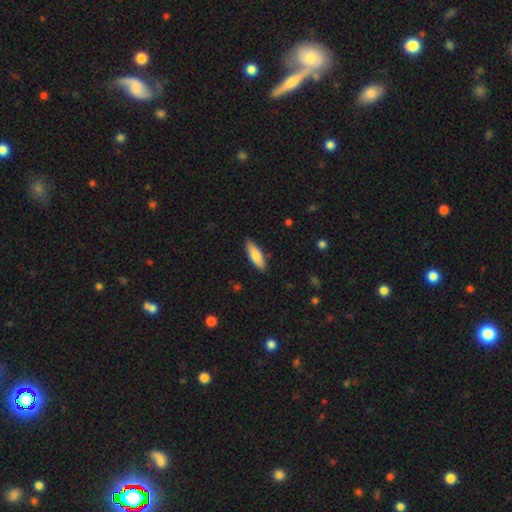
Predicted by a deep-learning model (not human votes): smooth_or_featured: smooth (p=0.79) [alt: featured or disk p=0.15]
how_rounded: in between (p=0.54) [alt: cigar-shaped p=0.44]
merging: none (p=0.86) [alt: minor disturbance p=0.10]